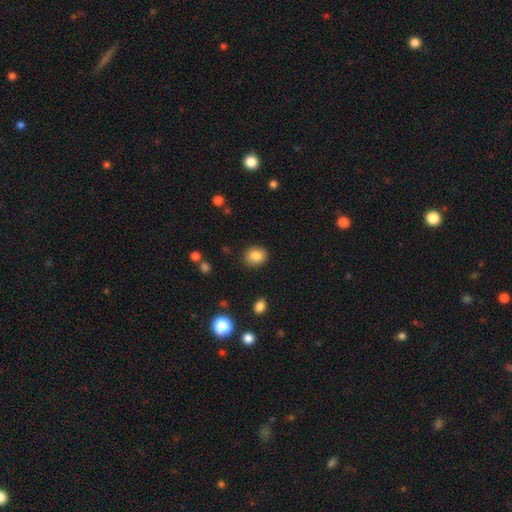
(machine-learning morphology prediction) The model was most divided on "how rounded": round: 66%, in between: 33%, cigar-shaped: 1%. More confident: merging — none (88%); smooth or featured — smooth (85%).